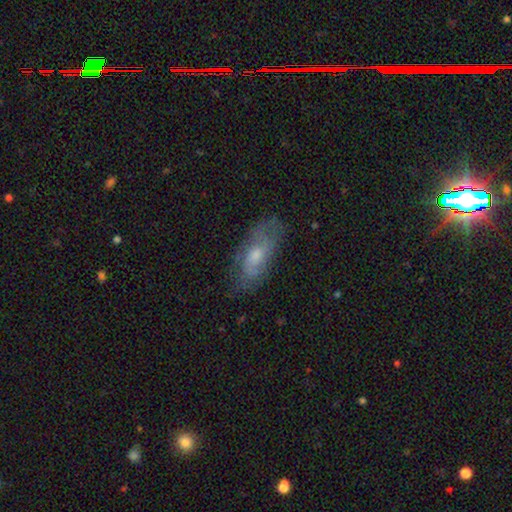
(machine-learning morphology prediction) featured or disk 52%, smooth 39%, star or artifact 9%. Down the decision tree: edge-on disk — no (84%); merging — none (68%).